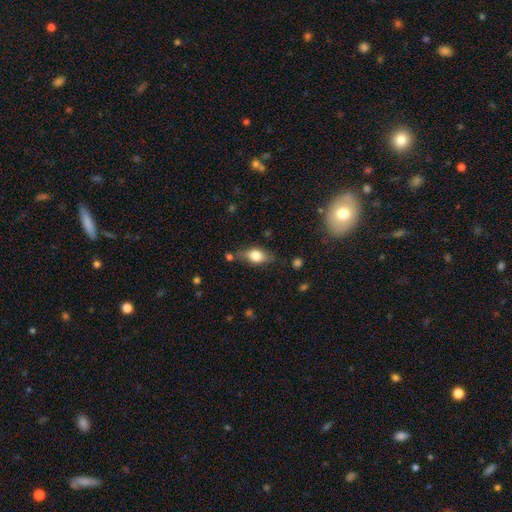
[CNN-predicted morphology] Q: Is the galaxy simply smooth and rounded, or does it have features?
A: smooth — 69%.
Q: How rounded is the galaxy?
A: in between — 79%.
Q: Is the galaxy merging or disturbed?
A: none — 67%.